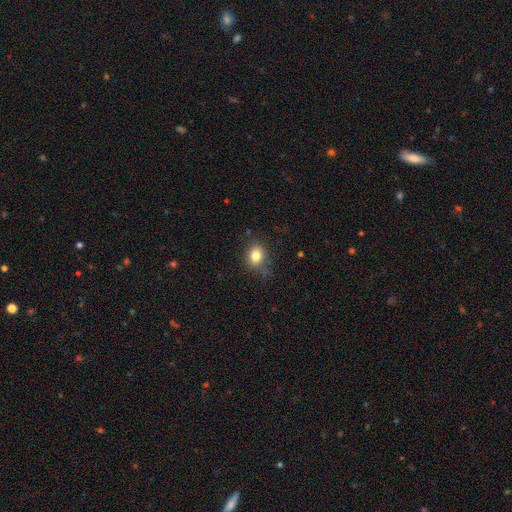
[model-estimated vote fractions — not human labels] The model was most divided on "how rounded": round: 51%, in between: 48%, cigar-shaped: 1%. More confident: smooth or featured — smooth (81%); merging — none (76%).